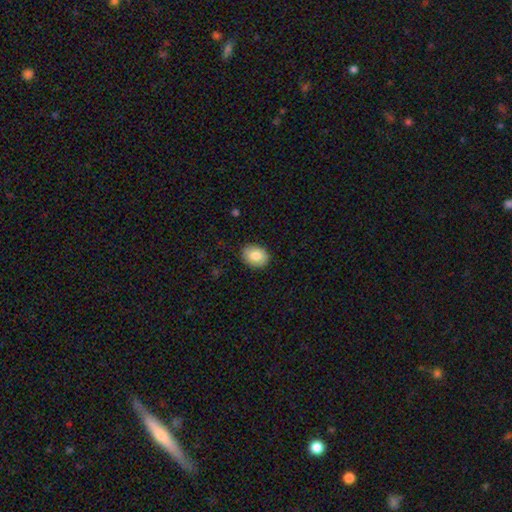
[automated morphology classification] Smooth or featured?
  - smooth: 83% *
  - featured or disk: 9%
  - star or artifact: 8%
How rounded?
  - in between: 62% *
  - round: 37%
  - cigar-shaped: 1%
Merging?
  - none: 88% *
  - minor disturbance: 9%
  - major disturbance: 2%
  - merger: 1%